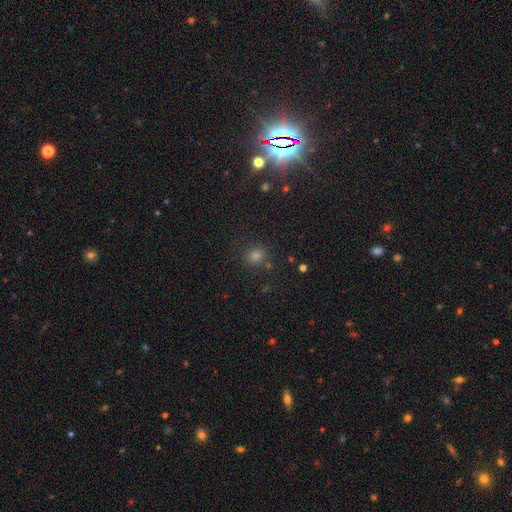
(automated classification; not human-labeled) This appears to be a smooth galaxy with no disk features (61%) that is round (88%). Merging: none (85%).